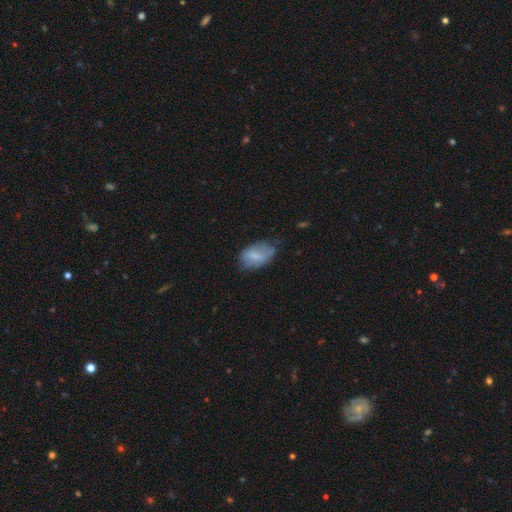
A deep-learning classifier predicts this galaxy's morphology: The model was most divided on "merging": none: 48%, minor disturbance: 37%, major disturbance: 13%, merger: 2%. More confident: how rounded — in between (91%); smooth or featured — smooth (69%).